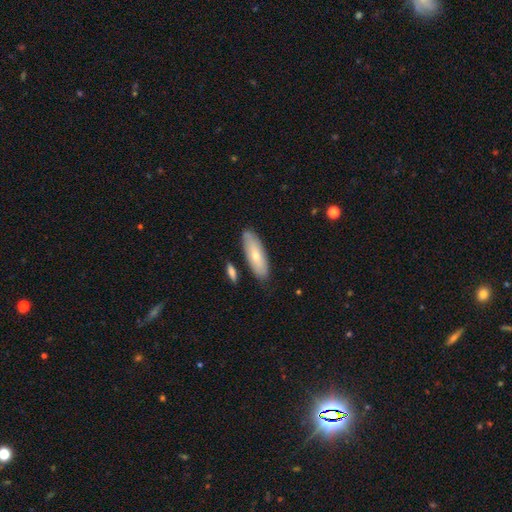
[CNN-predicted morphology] Smooth or featured? Predicted: smooth (p=0.65). How rounded? Predicted: in between (p=0.62). Merging? Predicted: none (p=0.80).